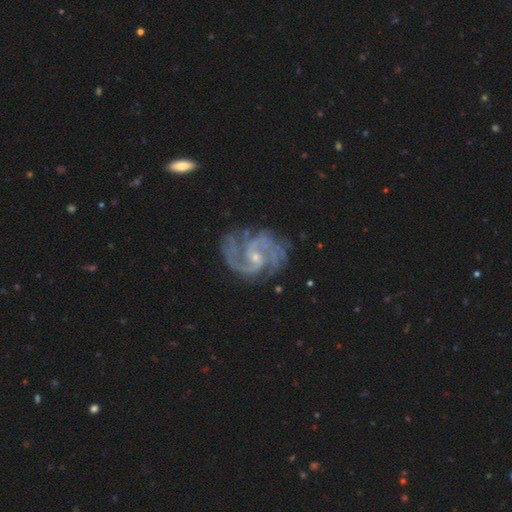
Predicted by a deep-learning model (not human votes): Morphology: type=featured or disk (93%); edge-on=no (98%); bar=no (50%); spiral arms=yes (98%); winding=medium (58%); arm count=2 (54%); bulge=small (75%); merging=none (68%).